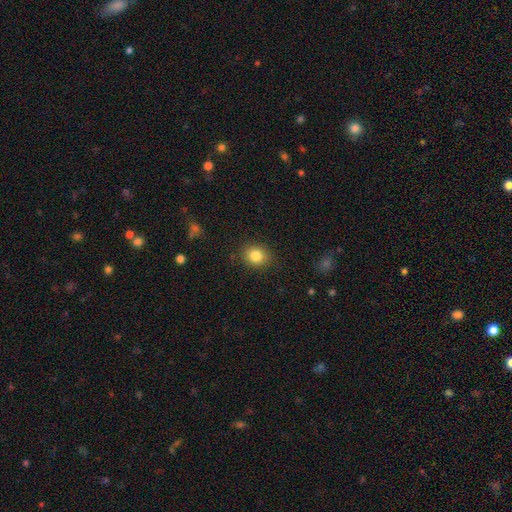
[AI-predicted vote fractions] Smooth or featured? Predicted: smooth (p=0.83). How rounded? Predicted: round (p=0.72). Merging? Predicted: none (p=0.87).